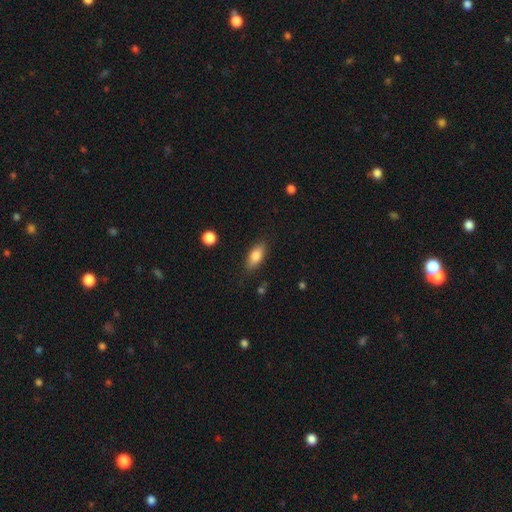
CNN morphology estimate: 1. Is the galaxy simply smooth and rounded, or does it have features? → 83% smooth, 10% featured or disk, 7% star or artifact.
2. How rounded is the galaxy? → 85% in between, 11% cigar-shaped, 4% round.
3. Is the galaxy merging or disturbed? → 83% none, 12% minor disturbance, 3% major disturbance, 1% merger.